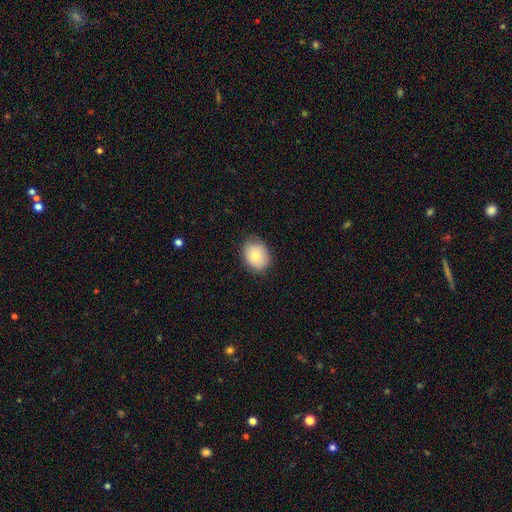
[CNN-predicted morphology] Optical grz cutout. It shows a smooth galaxy with no disk features (77%) that is in between round and cigar-shaped (53%). Merging: none (80%).